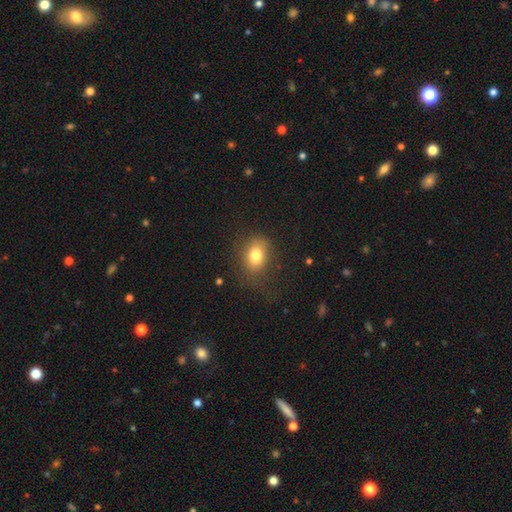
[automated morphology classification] The model was most divided on "how rounded": in between: 64%, round: 34%, cigar-shaped: 1%. More confident: smooth or featured — smooth (77%); merging — none (68%).